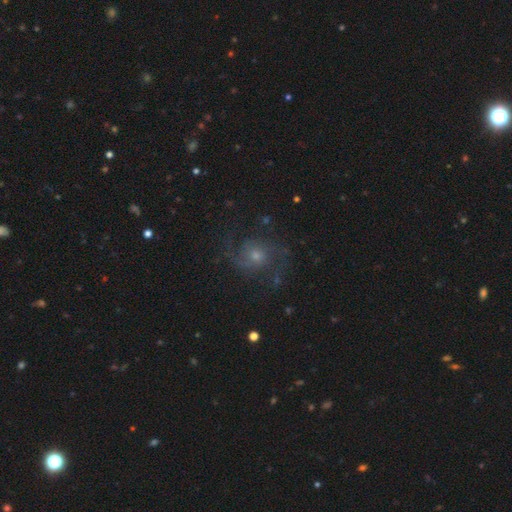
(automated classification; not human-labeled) Smooth or featured: featured or disk — 73% (smooth — 14%)
Edge-on disk: no — 97% (yes — 3%)
Bar: no — 73% (weak — 24%)
Spiral arms: yes — 94% (no — 6%)
Spiral winding: medium — 50% (loose — 33%)
Spiral arm count: 2 — 75% (can't tell — 9%)
Bulge size: small — 48% (moderate — 43%)
Merging: none — 69% (minor disturbance — 16%)